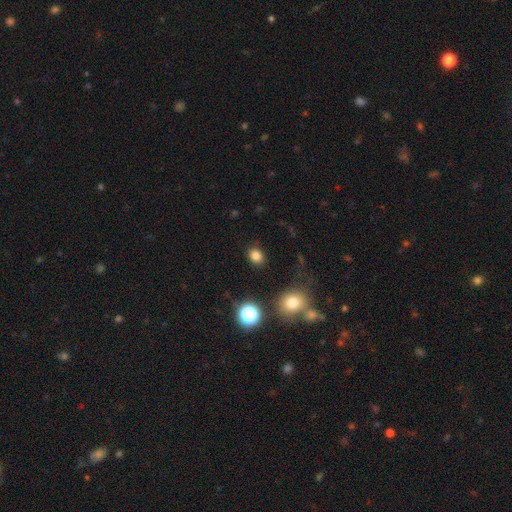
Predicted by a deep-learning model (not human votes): The model was most divided on "how rounded": round: 56%, in between: 43%, cigar-shaped: 1%. More confident: merging — none (86%); smooth or featured — smooth (81%).